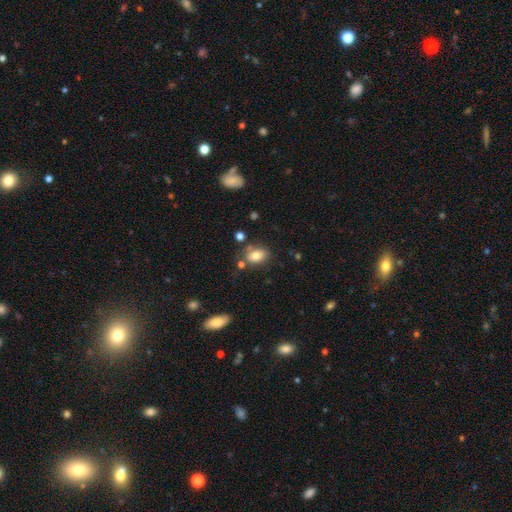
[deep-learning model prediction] This appears to be a smooth galaxy with no disk features (77%) that is in between round and cigar-shaped (79%). Merging: none (66%).